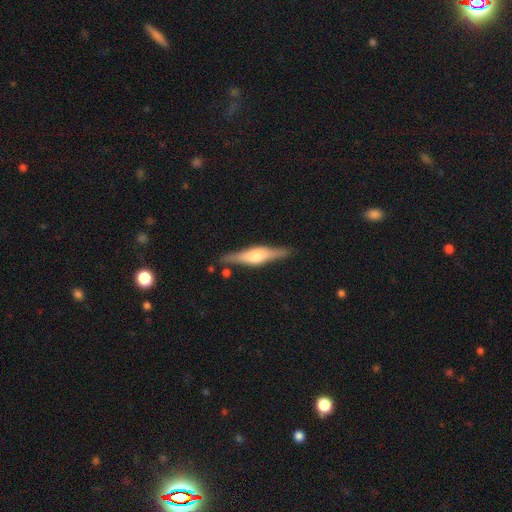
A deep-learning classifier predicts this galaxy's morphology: Smooth or featured: featured or disk — 70% (smooth — 24%)
Edge-on disk: yes — 97% (no — 3%)
Edge-on bulge: rounded — 84% (boxy — 13%)
Merging: none — 86% (minor disturbance — 9%)